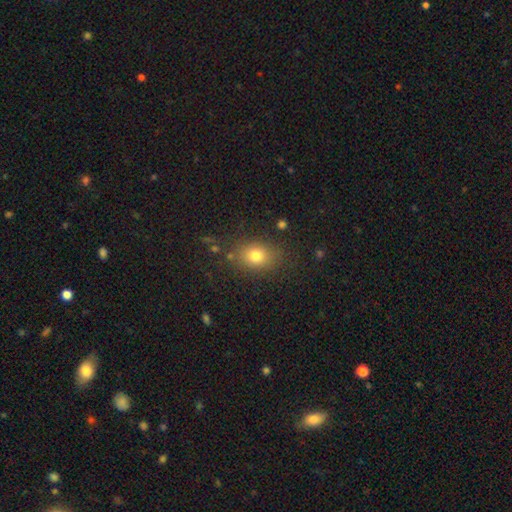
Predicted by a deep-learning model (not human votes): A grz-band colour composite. It shows a smooth galaxy with no disk features (77%) that is in between round and cigar-shaped (56%). Merging: none (80%).